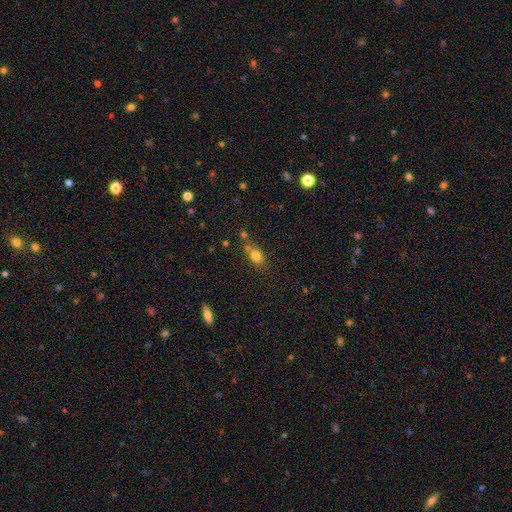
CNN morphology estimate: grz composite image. It shows a smooth galaxy with no disk features (77%) that is in between round and cigar-shaped (66%). Merging: none (56%).